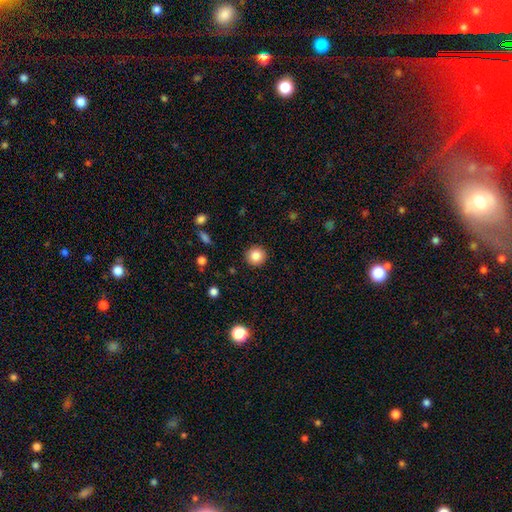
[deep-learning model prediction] smooth_or_featured: smooth (p=0.84) [alt: star or artifact p=0.10]
how_rounded: round (p=0.94) [alt: in between p=0.05]
merging: none (p=0.92) [alt: minor disturbance p=0.05]